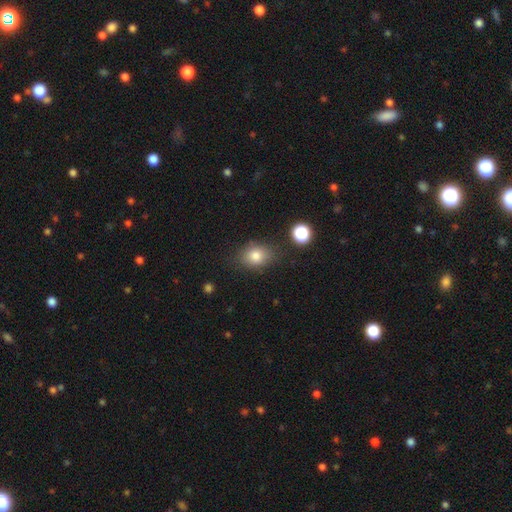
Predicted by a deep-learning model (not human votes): Smooth or featured? smooth (81%)
How rounded? in between (65%)
Merging? none (77%)